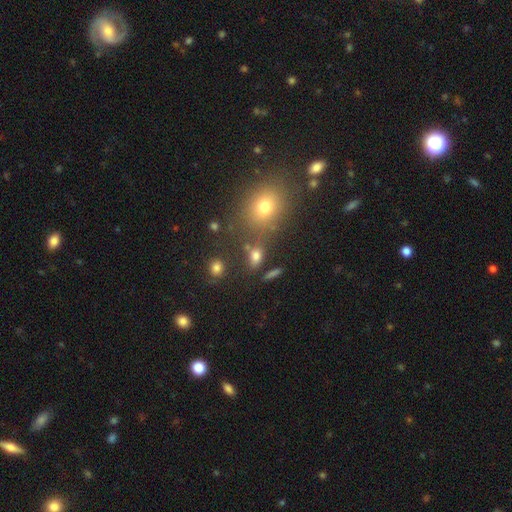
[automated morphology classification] Smooth or featured? smooth (73%)
How rounded? in between (67%)
Merging? none (65%)